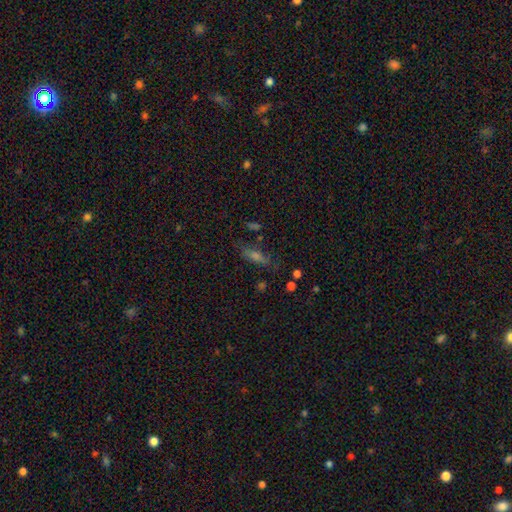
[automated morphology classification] Smooth or featured? Predicted: smooth (p=0.40). Merging? Predicted: none (p=0.74).